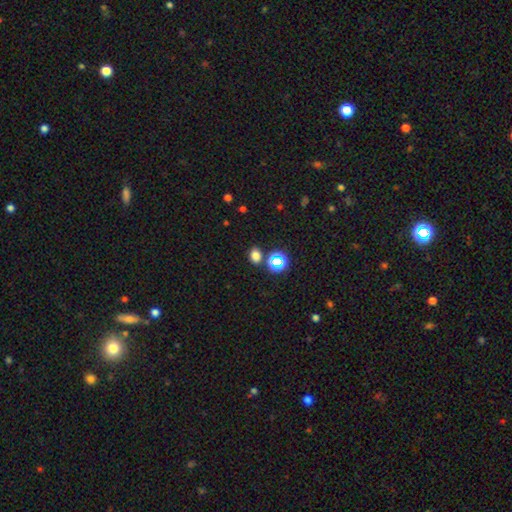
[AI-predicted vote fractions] This is likely a smooth galaxy (71%). How rounded: possibly in between (56%). Merging: likely none (78%).